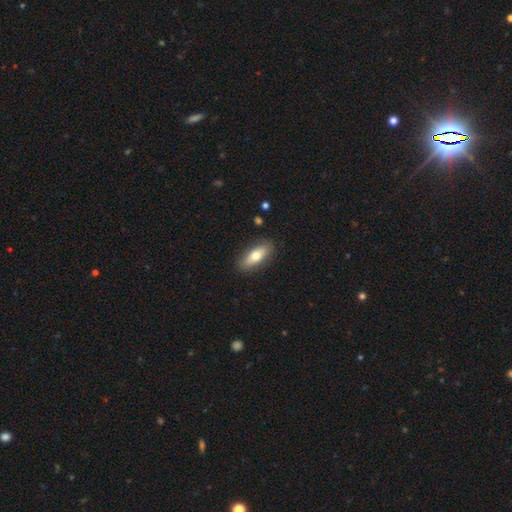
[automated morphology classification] type=smooth (70%); roundness=in between (71%); merging=none (88%).